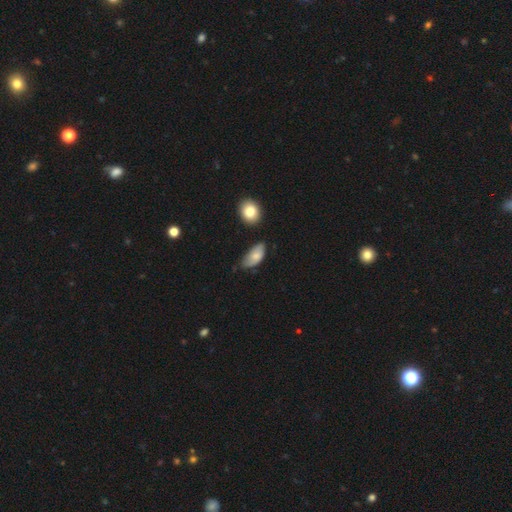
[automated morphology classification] smooth-or-featured: smooth: 72% | featured or disk: 21% | star or artifact: 7%
  how-rounded: in between: 92% | cigar-shaped: 4% | round: 4%
  merging: none: 44% | minor disturbance: 43% | major disturbance: 9% | merger: 4%